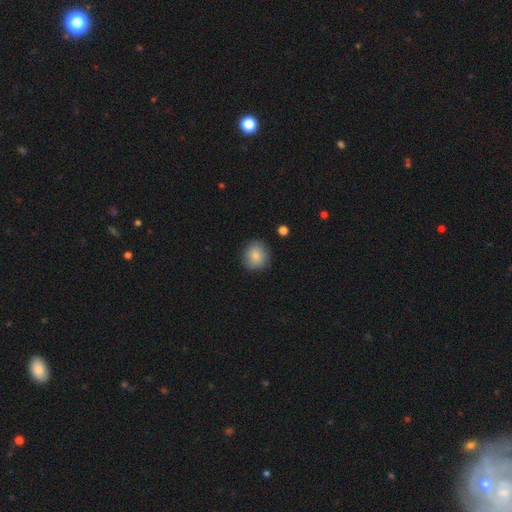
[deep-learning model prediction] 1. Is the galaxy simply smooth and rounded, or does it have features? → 84% smooth, 8% featured or disk, 8% star or artifact.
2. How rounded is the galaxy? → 82% round, 17% in between, 1% cigar-shaped.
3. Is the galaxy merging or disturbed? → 85% none, 11% minor disturbance, 3% major disturbance, 1% merger.